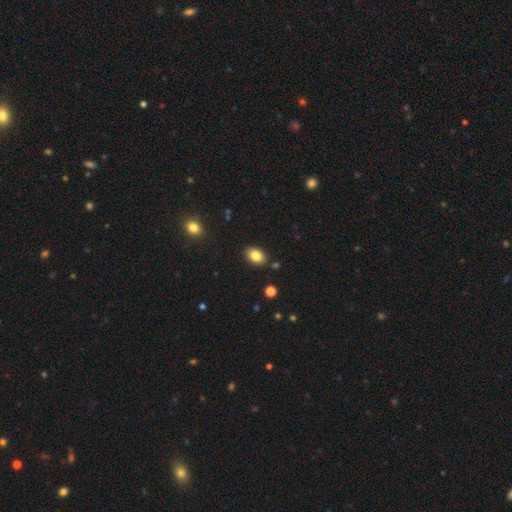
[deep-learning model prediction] Smooth or featured? Predicted: smooth (p=0.83). How rounded? Predicted: in between (p=0.80). Merging? Predicted: none (p=0.87).